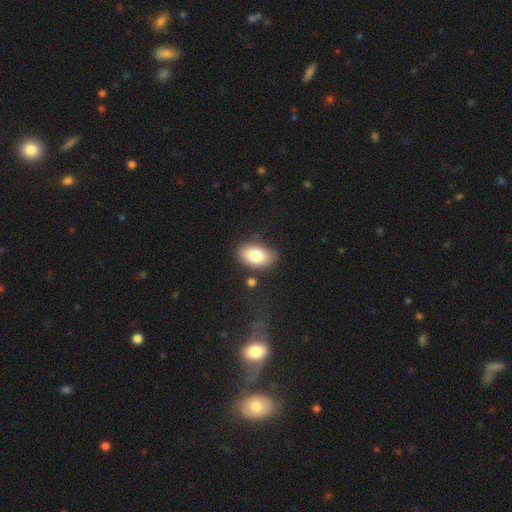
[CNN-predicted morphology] Overall: smooth (80%). How rounded: in between (91%). Merging: none (78%).